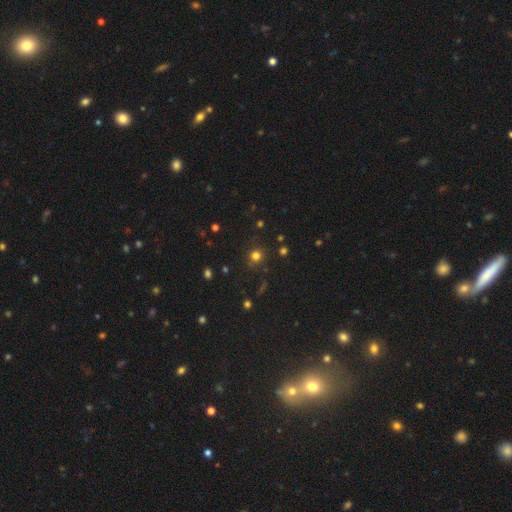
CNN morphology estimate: Smooth or featured? smooth (74%)
How rounded? round (92%)
Merging? none (86%)